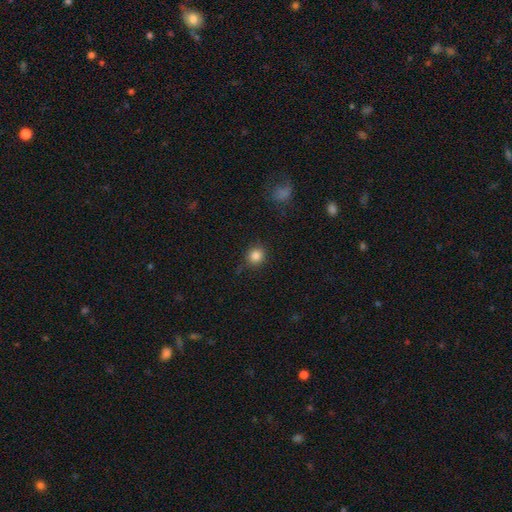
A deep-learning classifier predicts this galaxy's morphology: Overall: smooth (85%). How rounded: round (84%). Merging: none (86%).